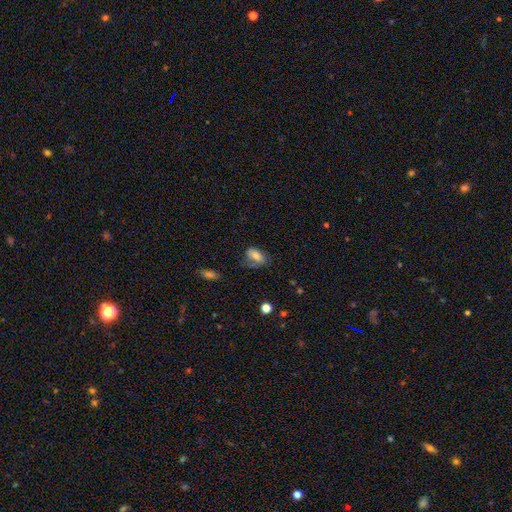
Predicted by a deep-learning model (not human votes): A smooth galaxy with no disk features (72%) that is in between round and cigar-shaped (88%).

Vote fractions:
- Smooth or featured? smooth: 72% / featured or disk: 20% / star or artifact: 9%
- How rounded? in between: 88% / round: 10% / cigar-shaped: 2%
- Merging? none: 47% / minor disturbance: 30% / major disturbance: 20% / merger: 3%